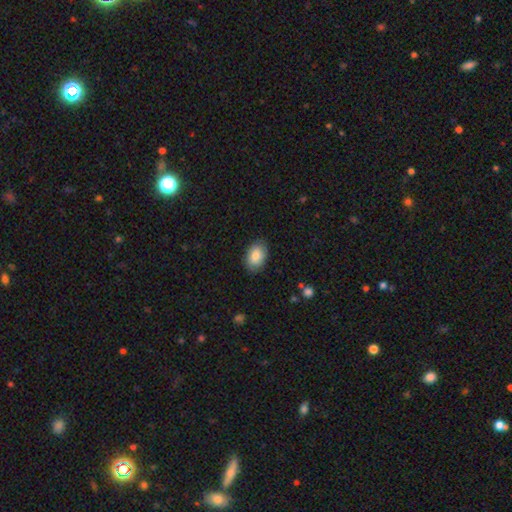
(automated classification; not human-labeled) Smooth or featured: smooth — 83% (featured or disk — 11%)
How rounded: in between — 88% (round — 11%)
Merging: none — 84% (minor disturbance — 12%)